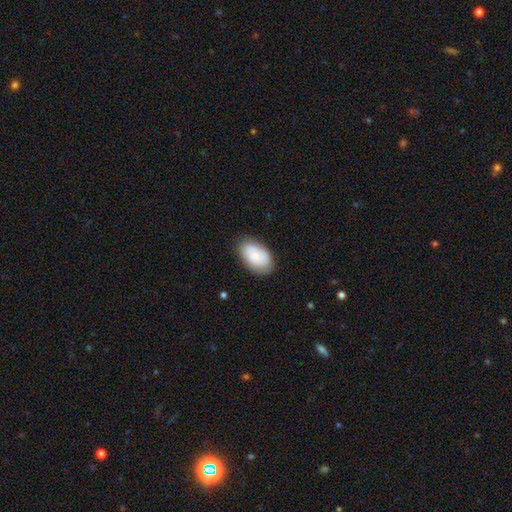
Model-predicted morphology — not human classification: Smooth or featured? smooth (78%)
How rounded? in between (93%)
Merging? none (77%)